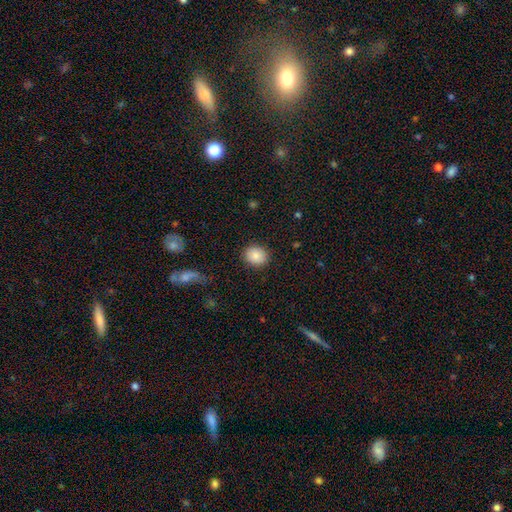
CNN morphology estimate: Smooth or featured? smooth (86%)
How rounded? round (68%)
Merging? none (88%)